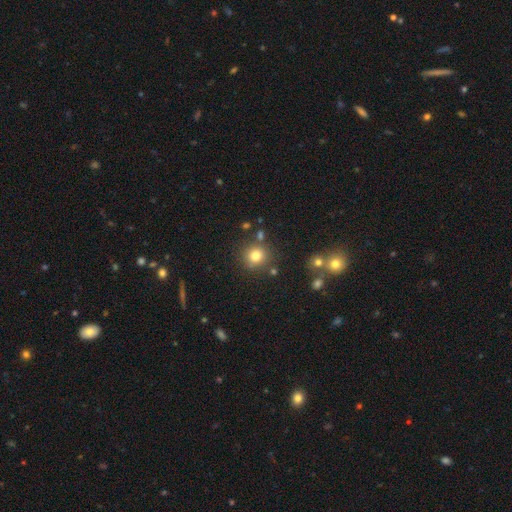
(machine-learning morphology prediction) Smooth or featured? Predicted: smooth (p=0.79). How rounded? Predicted: round (p=0.91). Merging? Predicted: none (p=0.82).